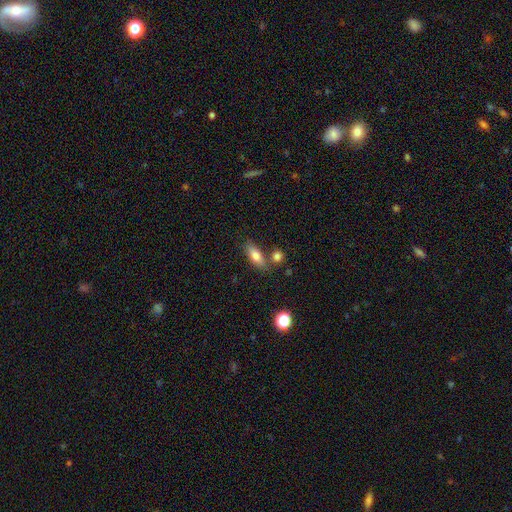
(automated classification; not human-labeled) Morphology: type=smooth (78%); roundness=in between (74%); merging=none (65%).